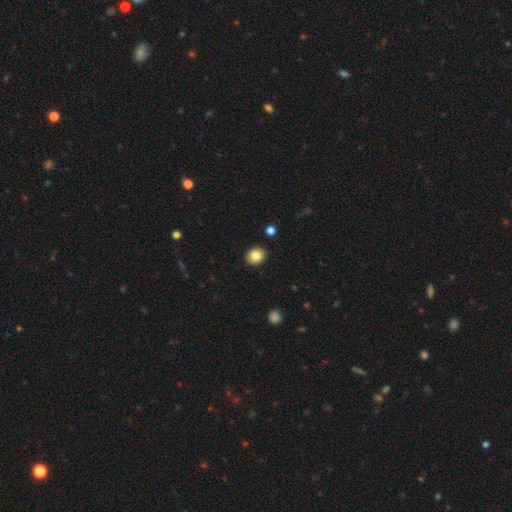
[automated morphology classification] This is clearly a smooth galaxy (84%). How rounded: likely round (61%). Merging: clearly none (90%).